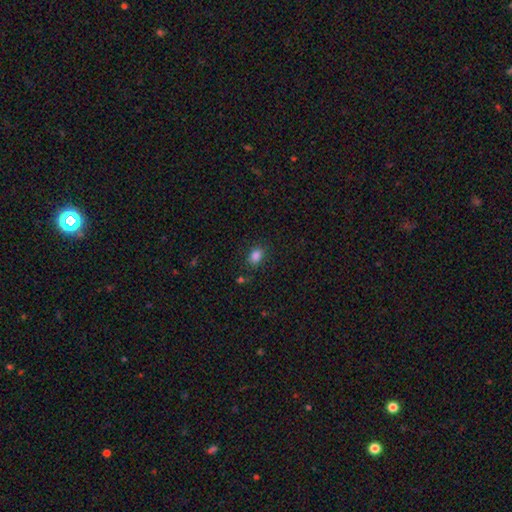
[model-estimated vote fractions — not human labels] Overall: smooth (84%). How rounded: in between (76%). Merging: none (81%).